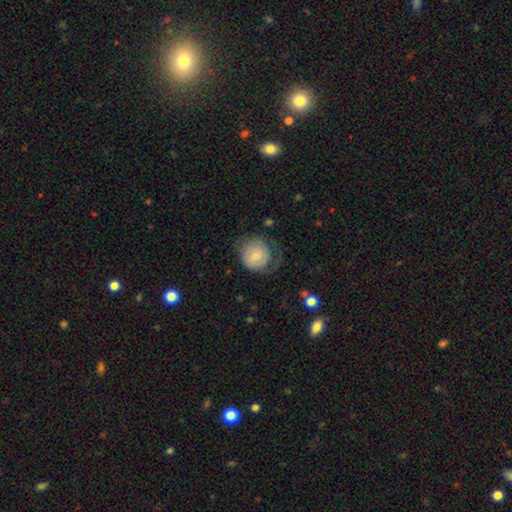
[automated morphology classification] smooth-or-featured: featured or disk: 56% | smooth: 38% | star or artifact: 6%
  disk-edge-on: no: 98% | yes: 2%
    bar: no: 52% | weak: 41% | strong: 7%
    has-spiral-arms: yes: 84% | no: 16%
    bulge-size: small: 59% | moderate: 31% | none: 6% | large: 2% | dominant: 1%
  merging: none: 54% | minor disturbance: 23% | major disturbance: 21% | merger: 2%